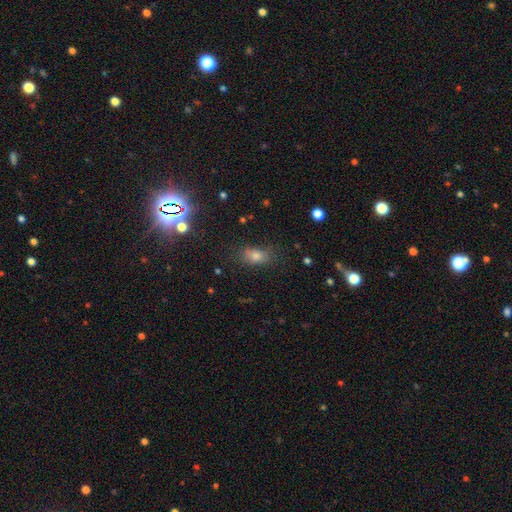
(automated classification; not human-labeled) The model was most divided on "smooth or featured": smooth: 64%, star or artifact: 25%, featured or disk: 11%. More confident: how rounded — in between (78%); merging — none (77%).